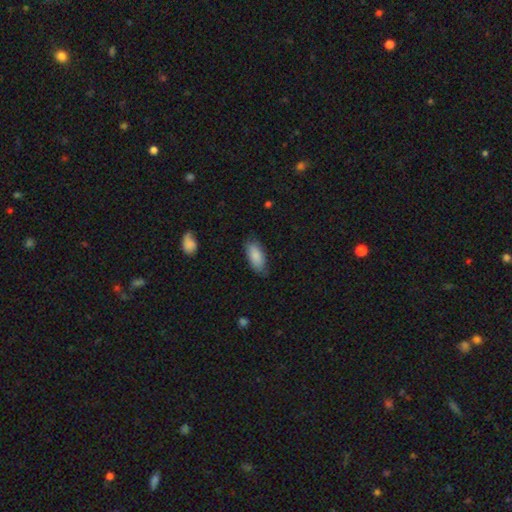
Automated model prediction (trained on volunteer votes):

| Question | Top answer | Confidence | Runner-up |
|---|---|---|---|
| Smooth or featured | smooth | 86% | featured or disk (8%) |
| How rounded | in between | 87% | cigar-shaped (11%) |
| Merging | none | 76% | minor disturbance (19%) |